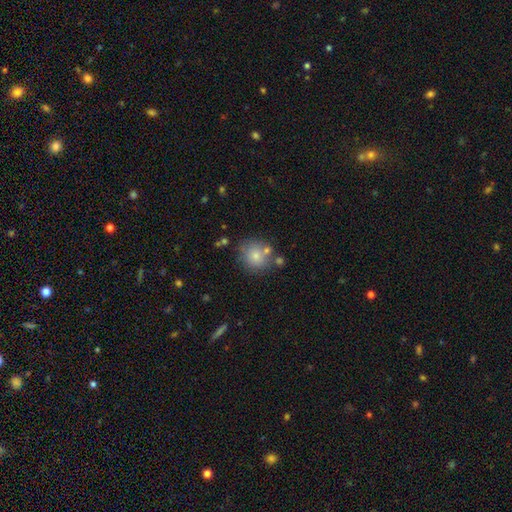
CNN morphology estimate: Smooth or featured? Predicted: smooth (p=0.78). How rounded? Predicted: round (p=0.86). Merging? Predicted: none (p=0.70).